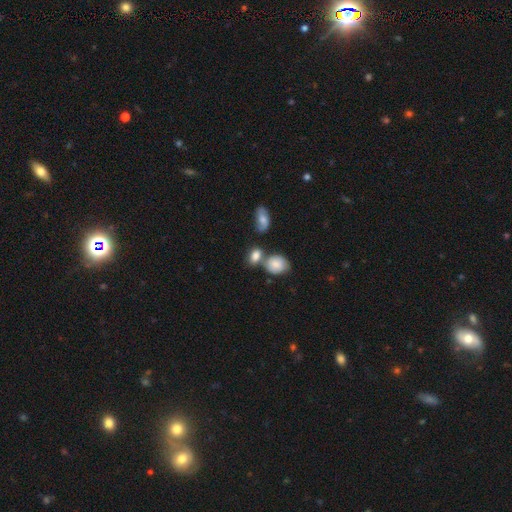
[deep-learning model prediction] smooth-or-featured: smooth: 78% | featured or disk: 13% | star or artifact: 9%
  how-rounded: in between: 73% | round: 25% | cigar-shaped: 3%
  merging: none: 46% | merger: 33% | minor disturbance: 15% | major disturbance: 5%